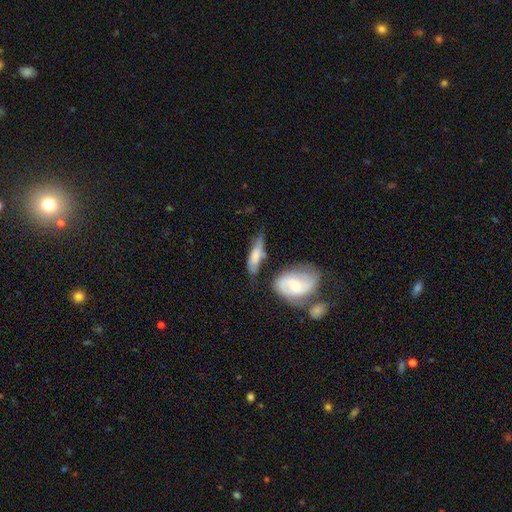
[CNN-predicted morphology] Smooth or featured: smooth — 54% (featured or disk — 39%)
How rounded: cigar-shaped — 51% (in between — 46%)
Merging: none — 41% (minor disturbance — 26%)